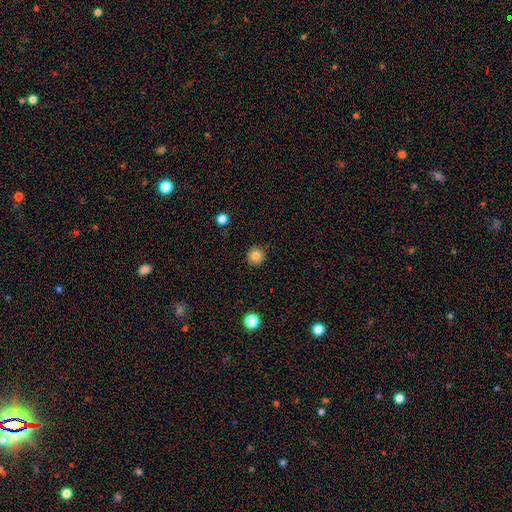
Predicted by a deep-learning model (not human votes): The model was most divided on "smooth or featured": smooth: 82%, star or artifact: 11%, featured or disk: 7%. More confident: how rounded — round (94%); merging — none (91%).